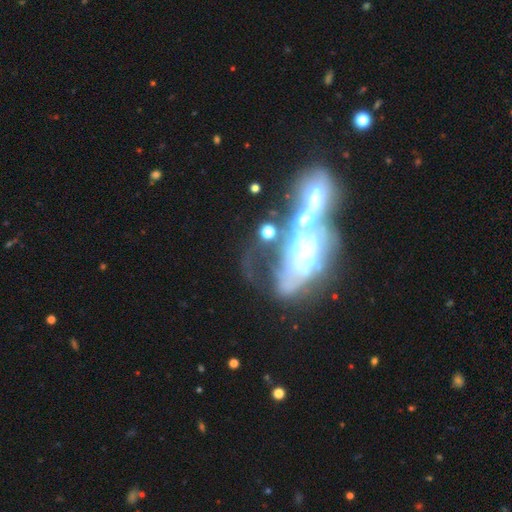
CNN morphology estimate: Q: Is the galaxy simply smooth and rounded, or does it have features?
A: featured or disk — 62%.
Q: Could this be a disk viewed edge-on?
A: no — 84%.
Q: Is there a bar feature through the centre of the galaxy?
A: no — 78%.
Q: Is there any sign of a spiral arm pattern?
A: no — 68%.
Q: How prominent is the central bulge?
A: moderate — 35%.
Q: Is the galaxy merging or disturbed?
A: merger — 54%.